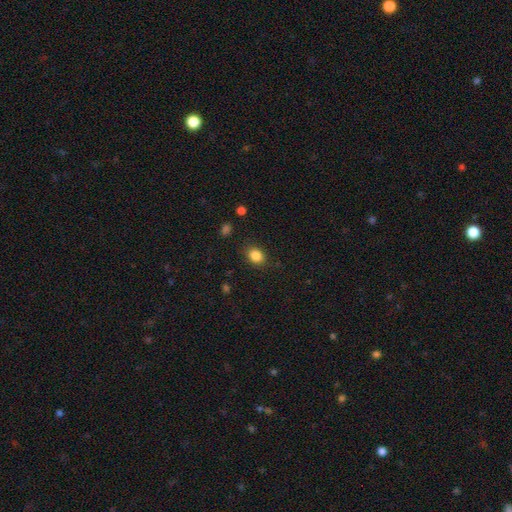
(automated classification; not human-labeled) Smooth or featured? smooth (85%)
How rounded? in between (52%)
Merging? none (85%)